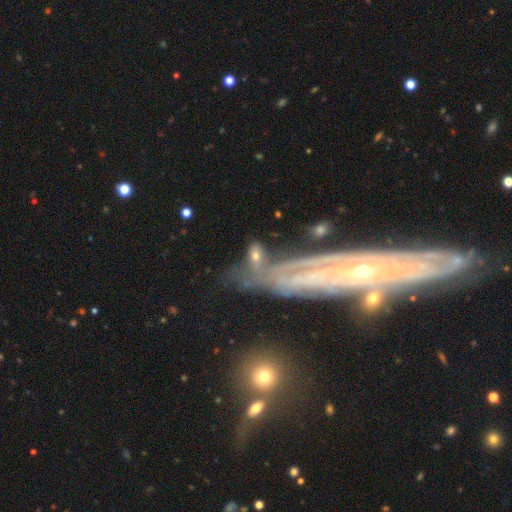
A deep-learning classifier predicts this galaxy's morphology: A smooth galaxy with no disk features (47%).

Vote fractions:
- Smooth or featured? smooth: 47% / featured or disk: 42% / star or artifact: 11%
- Merging? none: 39% / merger: 27% / minor disturbance: 19% / major disturbance: 15%